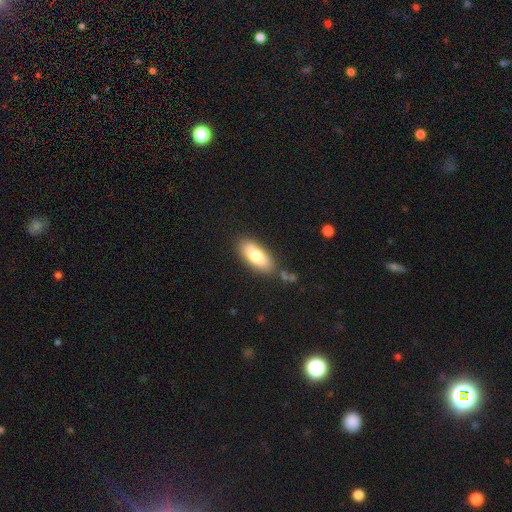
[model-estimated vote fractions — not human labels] This is likely a smooth galaxy (76%). How rounded: clearly in between (84%). Merging: likely none (78%).